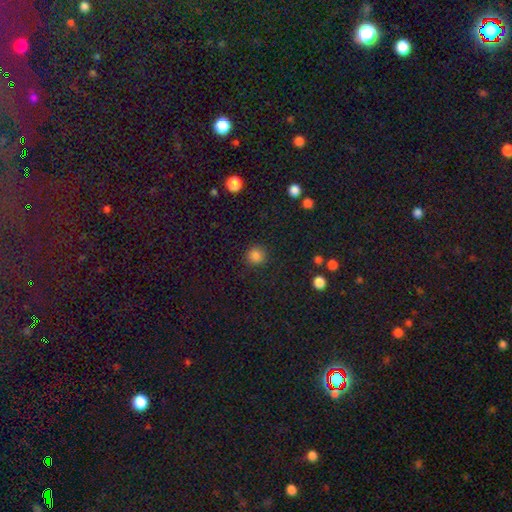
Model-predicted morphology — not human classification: Q: Smooth or featured?
A: smooth (84%); runner-up: star or artifact (12%)
Q: How rounded?
A: round (91%); runner-up: in between (8%)
Q: Merging?
A: none (89%); runner-up: minor disturbance (7%)